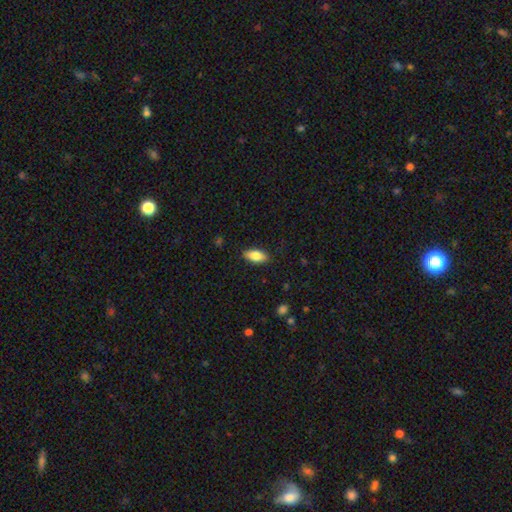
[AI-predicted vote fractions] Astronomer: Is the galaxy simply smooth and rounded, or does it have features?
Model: smooth — 80%.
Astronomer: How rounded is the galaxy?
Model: in between — 86%.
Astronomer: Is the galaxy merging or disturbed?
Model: none — 87%.